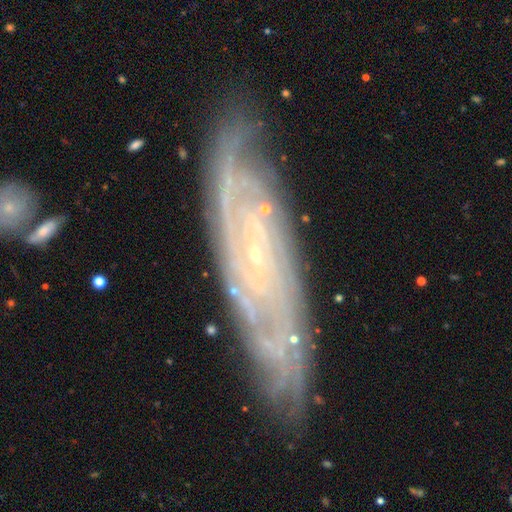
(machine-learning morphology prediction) Q: Smooth or featured?
A: featured or disk (85%); runner-up: smooth (8%)
Q: Edge-on disk?
A: no (80%); runner-up: yes (20%)
Q: Bar?
A: no (70%); runner-up: weak (23%)
Q: Spiral arms?
A: yes (95%); runner-up: no (5%)
Q: Spiral winding?
A: tight (73%); runner-up: medium (21%)
Q: Spiral arm count?
A: can't tell (41%); runner-up: 2 (20%)
Q: Bulge size?
A: small (88%); runner-up: moderate (6%)
Q: Merging?
A: none (81%); runner-up: minor disturbance (14%)